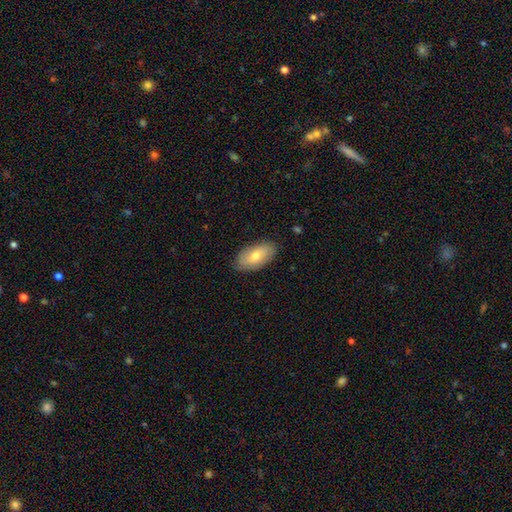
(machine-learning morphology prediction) smooth_or_featured: smooth (p=0.67) [alt: featured or disk p=0.27]
how_rounded: in between (p=0.92) [alt: cigar-shaped p=0.05]
merging: none (p=0.85) [alt: minor disturbance p=0.12]